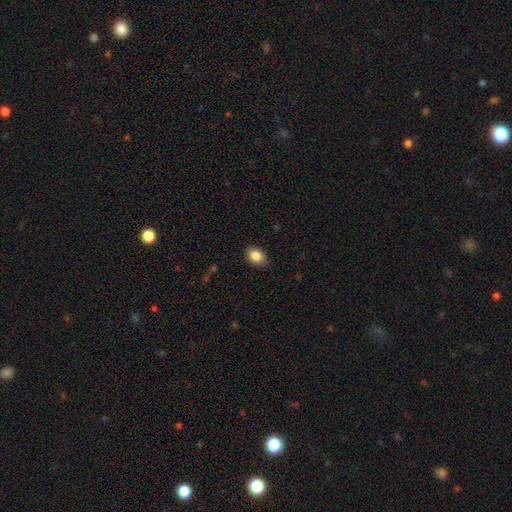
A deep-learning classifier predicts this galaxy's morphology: A smooth galaxy with no disk features (85%) that is in between round and cigar-shaped (84%).

Vote fractions:
- Smooth or featured? smooth: 85% / star or artifact: 8% / featured or disk: 7%
- How rounded? in between: 84% / round: 15% / cigar-shaped: 1%
- Merging? none: 87% / minor disturbance: 10% / major disturbance: 2% / merger: 1%